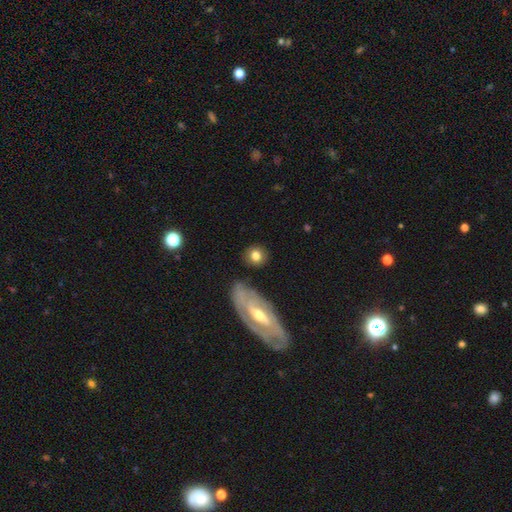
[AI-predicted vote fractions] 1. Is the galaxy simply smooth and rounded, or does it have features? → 75% smooth, 17% featured or disk, 8% star or artifact.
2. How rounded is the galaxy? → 85% round, 13% in between, 2% cigar-shaped.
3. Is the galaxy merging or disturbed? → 81% none, 10% minor disturbance, 4% merger, 4% major disturbance.